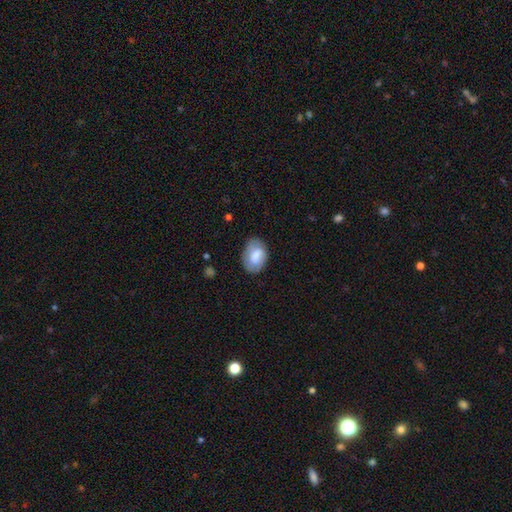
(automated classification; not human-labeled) smooth_or_featured: smooth (p=0.70) [alt: featured or disk p=0.23]
how_rounded: in between (p=0.84) [alt: round p=0.15]
merging: none (p=0.69) [alt: minor disturbance p=0.23]